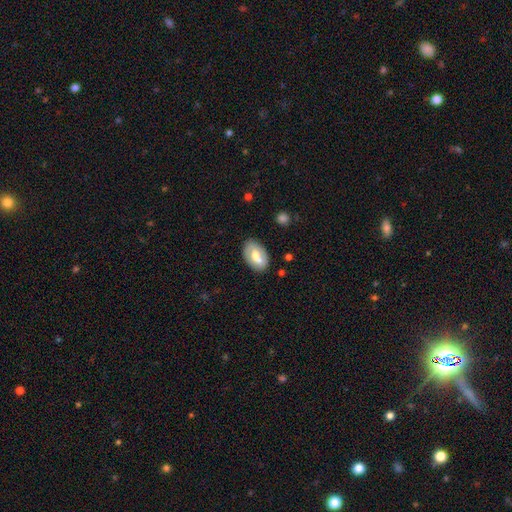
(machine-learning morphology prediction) smooth_or_featured: smooth (p=0.51) [alt: featured or disk p=0.43]
how_rounded: in between (p=0.90) [alt: round p=0.08]
merging: none (p=0.71) [alt: minor disturbance p=0.18]